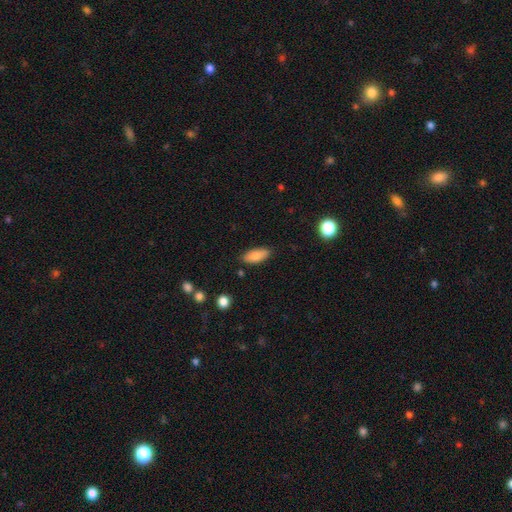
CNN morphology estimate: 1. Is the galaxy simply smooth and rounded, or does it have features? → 81% smooth, 12% featured or disk, 7% star or artifact.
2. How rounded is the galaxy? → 85% in between, 12% cigar-shaped, 3% round.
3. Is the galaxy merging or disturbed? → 83% none, 13% minor disturbance, 2% major disturbance, 2% merger.